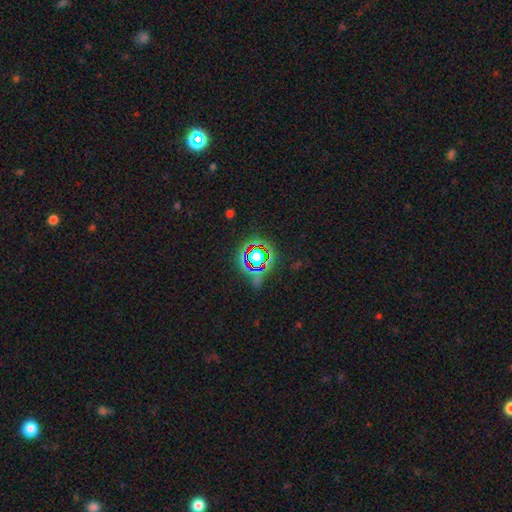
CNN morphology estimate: smooth_or_featured: star or artifact (p=0.77) [alt: smooth p=0.13]